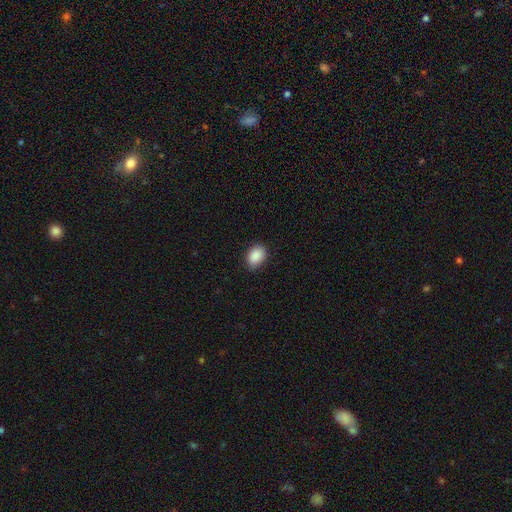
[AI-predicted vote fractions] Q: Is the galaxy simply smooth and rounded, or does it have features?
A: smooth — 90%.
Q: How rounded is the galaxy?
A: in between — 75%.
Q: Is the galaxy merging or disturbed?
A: none — 85%.